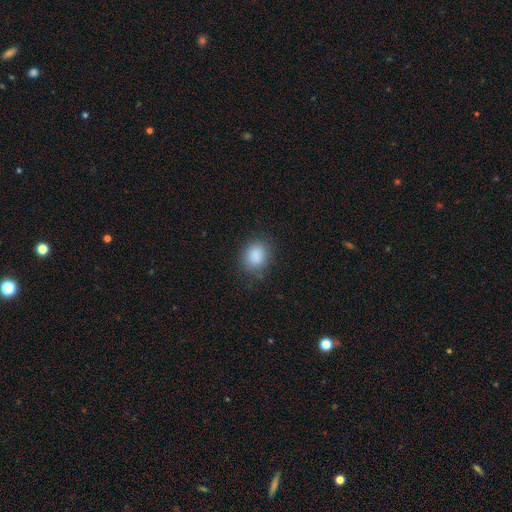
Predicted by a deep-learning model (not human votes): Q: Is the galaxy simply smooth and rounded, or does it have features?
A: smooth — 87%.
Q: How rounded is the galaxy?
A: round — 60%.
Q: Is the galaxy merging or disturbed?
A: none — 83%.